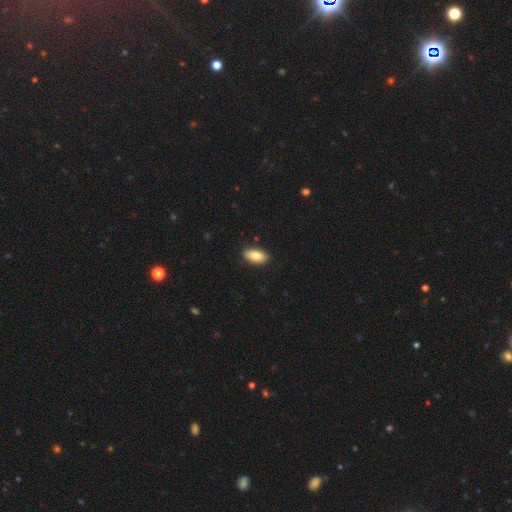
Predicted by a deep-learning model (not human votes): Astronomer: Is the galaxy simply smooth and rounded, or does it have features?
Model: smooth — 82%.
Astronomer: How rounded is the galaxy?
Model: in between — 92%.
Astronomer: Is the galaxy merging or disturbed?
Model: none — 89%.